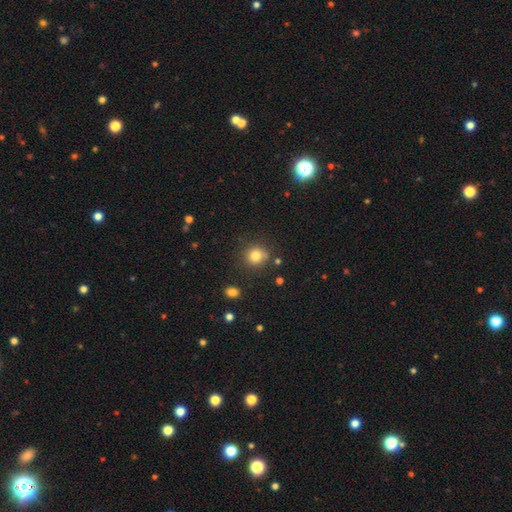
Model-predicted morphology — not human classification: smooth_or_featured: smooth (p=0.81) [alt: star or artifact p=0.12]
how_rounded: round (p=0.87) [alt: in between p=0.12]
merging: none (p=0.80) [alt: minor disturbance p=0.12]